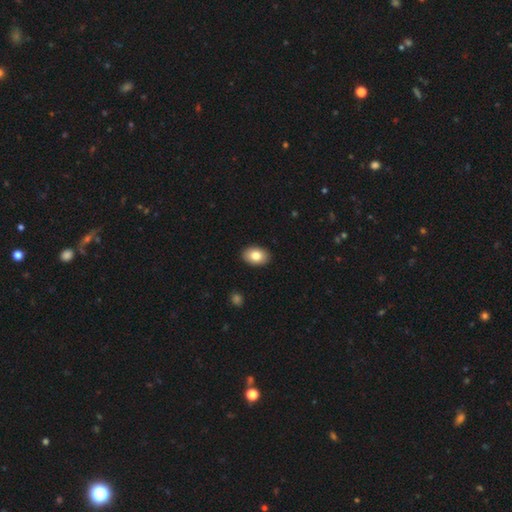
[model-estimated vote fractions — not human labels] This appears to be a smooth galaxy with no disk features (82%) that is in between round and cigar-shaped (84%). Merging: none (91%).